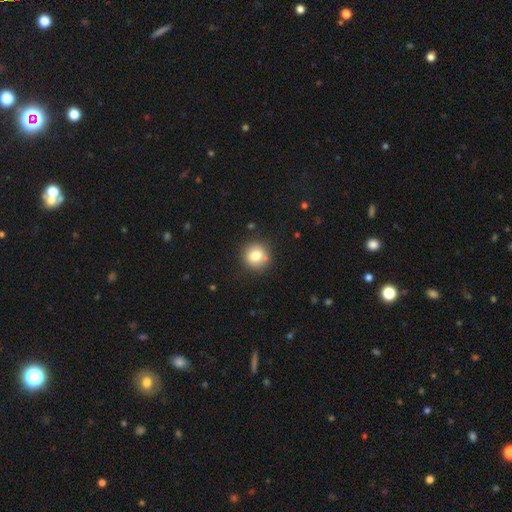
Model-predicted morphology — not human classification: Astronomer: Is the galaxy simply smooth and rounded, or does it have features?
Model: smooth — 80%.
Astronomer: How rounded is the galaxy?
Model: round — 90%.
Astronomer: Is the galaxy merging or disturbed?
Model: none — 83%.